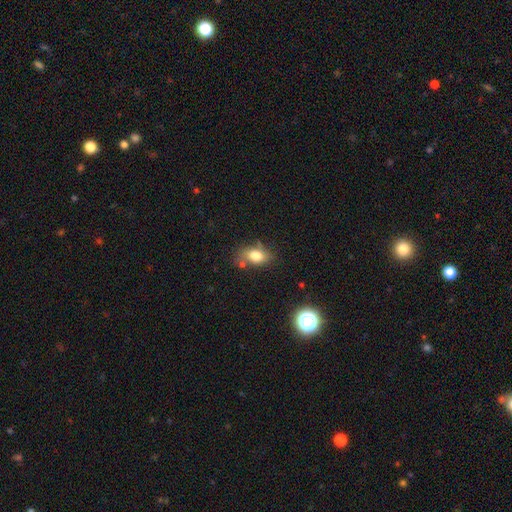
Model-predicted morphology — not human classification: Q: Smooth or featured?
A: smooth (77%); runner-up: featured or disk (12%)
Q: How rounded?
A: in between (81%); runner-up: round (16%)
Q: Merging?
A: none (63%); runner-up: minor disturbance (21%)